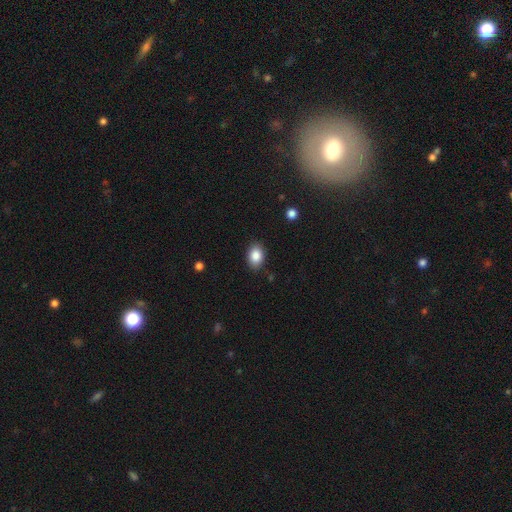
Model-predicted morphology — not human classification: smooth-or-featured: smooth: 87% | star or artifact: 8% | featured or disk: 5%
  how-rounded: in between: 79% | round: 20% | cigar-shaped: 1%
  merging: none: 87% | minor disturbance: 10% | major disturbance: 2% | merger: 1%